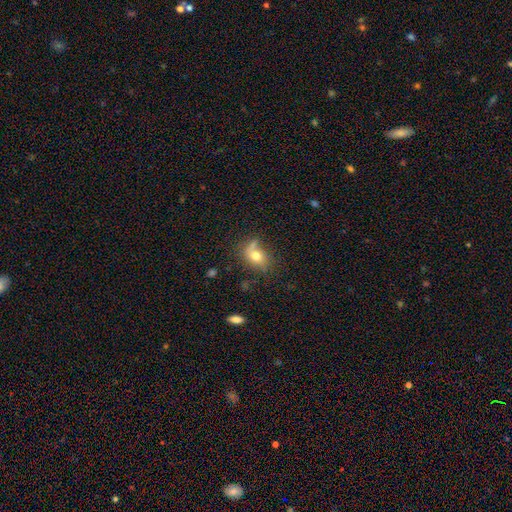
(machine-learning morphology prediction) A smooth galaxy with no disk features (72%) that is in between round and cigar-shaped (63%). Merging: none (51%).